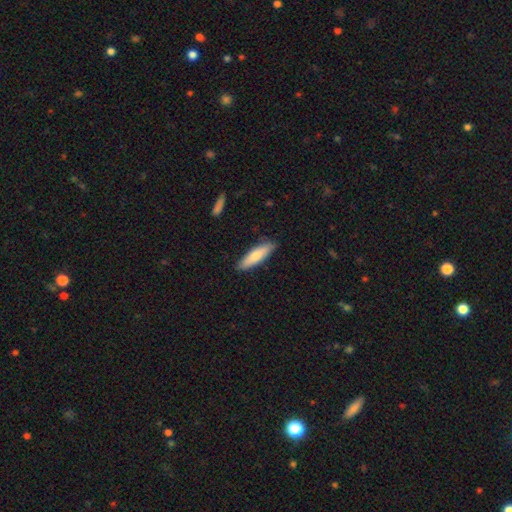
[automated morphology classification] Overall: smooth (75%). How rounded: cigar-shaped (63%; in between 36%). Merging: none (86%).